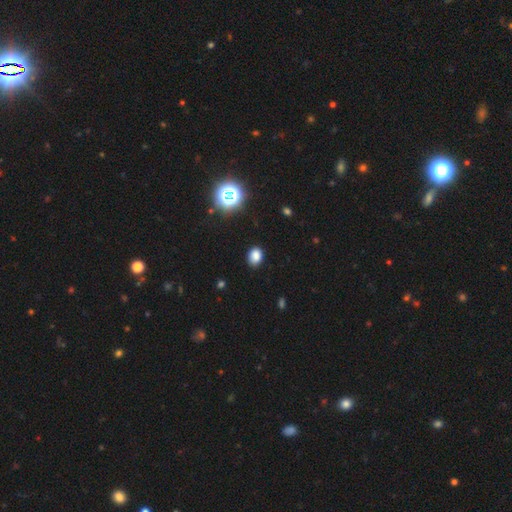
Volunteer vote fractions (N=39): A smooth galaxy with no disk features (85%) that is in between round and cigar-shaped (76%).

Vote fractions:
- Smooth or featured? smooth: 85% / featured or disk: 8% / star or artifact: 8%
- How rounded? in between: 76% / round: 24% / cigar-shaped: 0%
- Merging? none: 86% / minor disturbance: 11% / merger: 3% / major disturbance: 0%